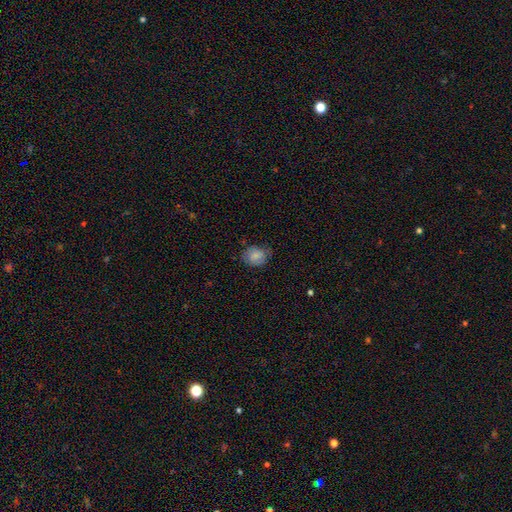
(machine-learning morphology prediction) Q: Smooth or featured?
A: smooth (74%); runner-up: featured or disk (18%)
Q: How rounded?
A: in between (53%); runner-up: round (46%)
Q: Merging?
A: none (69%); runner-up: minor disturbance (24%)